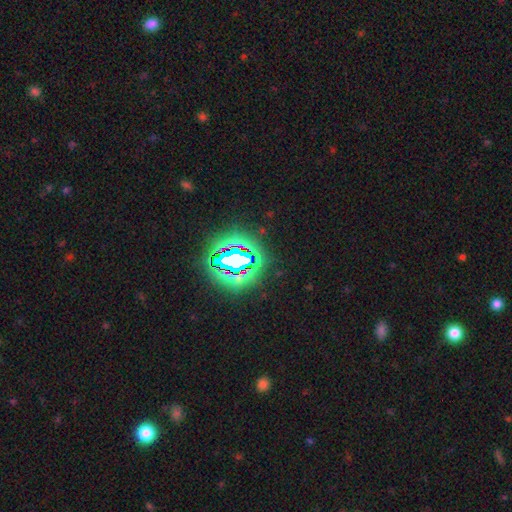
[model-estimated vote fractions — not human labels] Smooth or featured?
  - star or artifact: 73% *
  - smooth: 16%
  - featured or disk: 11%